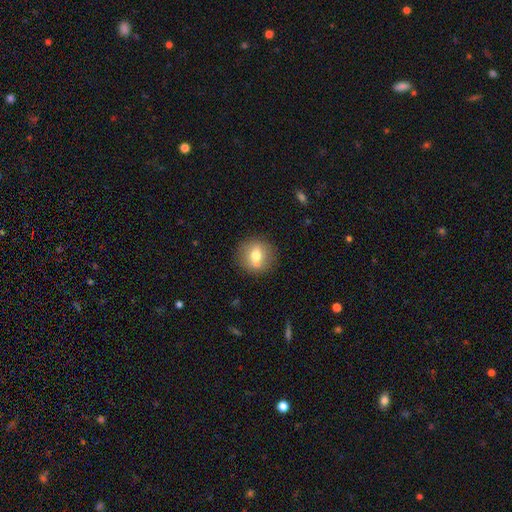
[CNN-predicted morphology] Smooth or featured?
  - smooth: 58% *
  - featured or disk: 33%
  - star or artifact: 9%
How rounded?
  - round: 85% *
  - in between: 13%
  - cigar-shaped: 2%
Merging?
  - none: 85% *
  - minor disturbance: 9%
  - major disturbance: 3%
  - merger: 3%